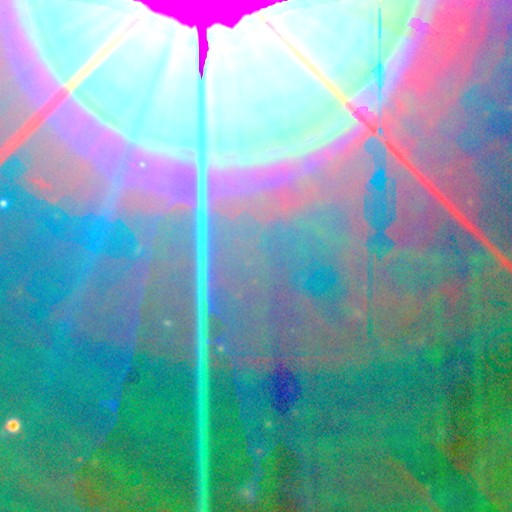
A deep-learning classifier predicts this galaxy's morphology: smooth_or_featured: star or artifact (p=0.86) [alt: featured or disk p=0.09]